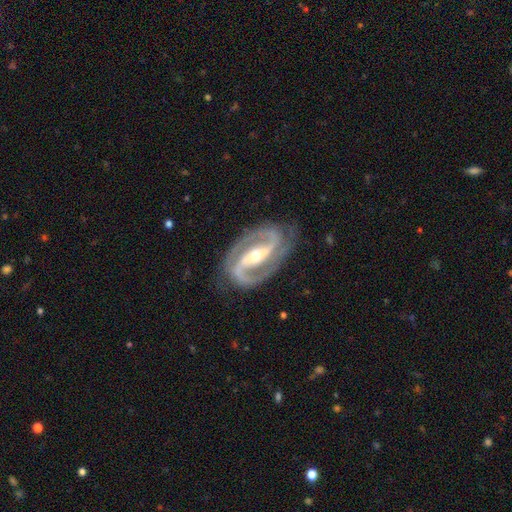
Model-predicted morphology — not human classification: This is clearly a featured or disk galaxy (93%). It is clearly not viewed edge-on (97%). Bar: likely strong (66%). Spiral arm pattern: clearly yes (98%). Spiral arm count: clearly 2 (94%). Spiral winding: possibly medium (56%). Central bulge: possibly moderate (56%). Merging: clearly none (82%).